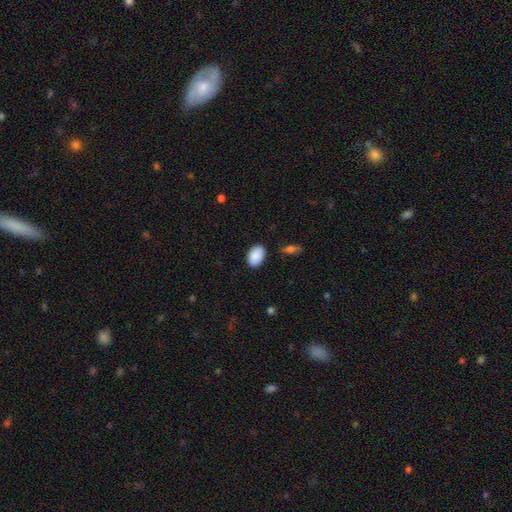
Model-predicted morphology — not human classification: Smooth or featured: smooth — 90% (star or artifact — 6%)
How rounded: in between — 88% (round — 11%)
Merging: none — 86% (minor disturbance — 10%)